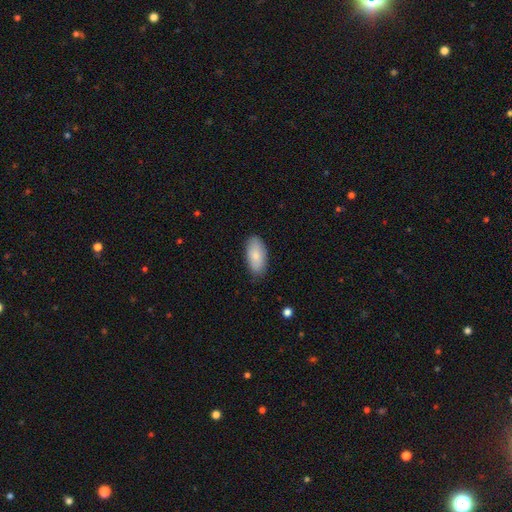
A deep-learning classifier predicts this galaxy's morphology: smooth_or_featured: smooth (p=0.84) [alt: featured or disk p=0.10]
how_rounded: in between (p=0.93) [alt: cigar-shaped p=0.05]
merging: none (p=0.83) [alt: minor disturbance p=0.14]